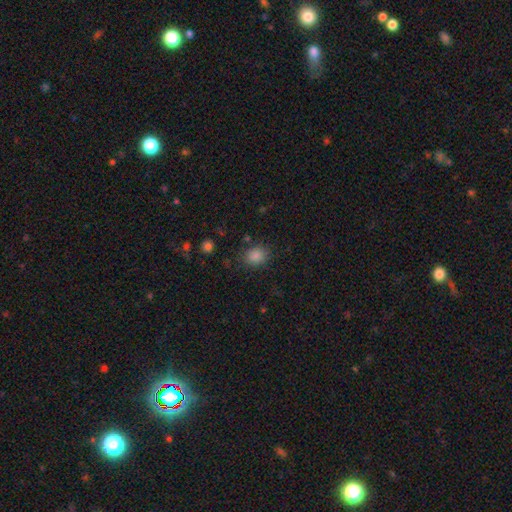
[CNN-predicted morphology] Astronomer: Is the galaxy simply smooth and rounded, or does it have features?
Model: smooth — 84%.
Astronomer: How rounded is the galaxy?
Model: round — 62% (runner-up: in between, 38%).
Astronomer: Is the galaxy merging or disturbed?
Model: none — 82%.